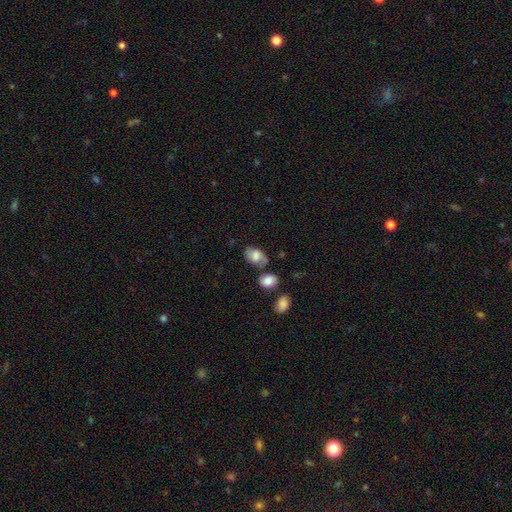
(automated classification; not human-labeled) The model was most divided on "merging": none: 59%, minor disturbance: 22%, merger: 12%, major disturbance: 7%. More confident: how rounded — in between (86%); smooth or featured — smooth (70%).